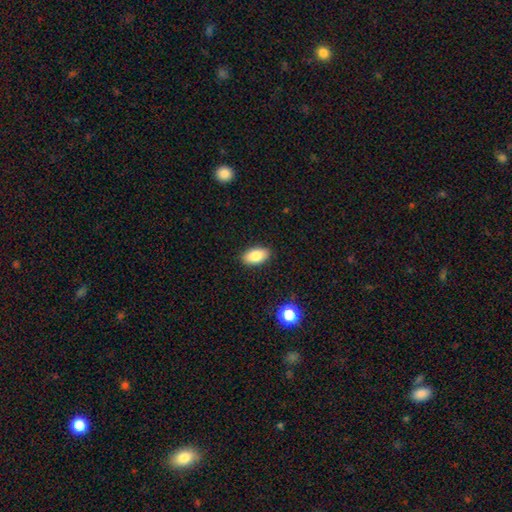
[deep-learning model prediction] A smooth galaxy with no disk features (84%) that is in between round and cigar-shaped (93%).

Vote fractions:
- Smooth or featured? smooth: 84% / featured or disk: 8% / star or artifact: 8%
- How rounded? in between: 93% / round: 5% / cigar-shaped: 3%
- Merging? none: 89% / minor disturbance: 8% / major disturbance: 2% / merger: 1%